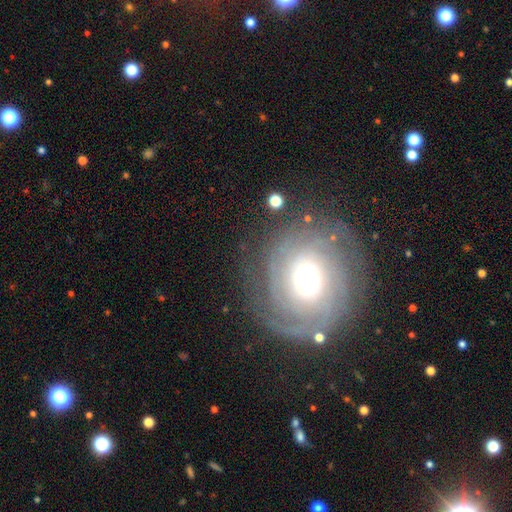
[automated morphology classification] This appears to be a featured or disk galaxy (66%) with no bar (61%), tight (75%) spiral arms (84%) and a moderate central bulge (59%). Merging: none (81%).